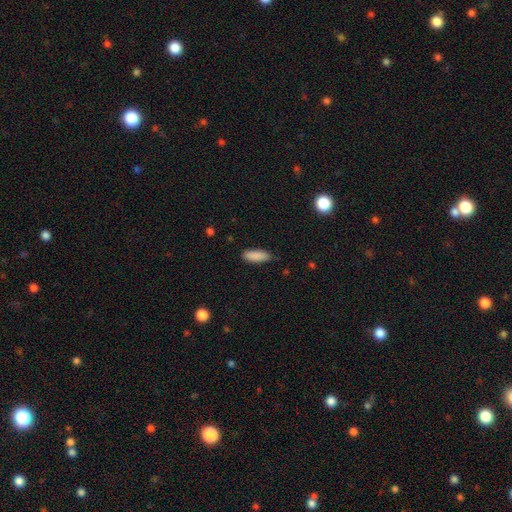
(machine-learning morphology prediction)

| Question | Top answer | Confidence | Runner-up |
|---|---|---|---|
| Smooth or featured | smooth | 88% | star or artifact (7%) |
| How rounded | in between | 65% | cigar-shaped (33%) |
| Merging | none | 79% | minor disturbance (17%) |